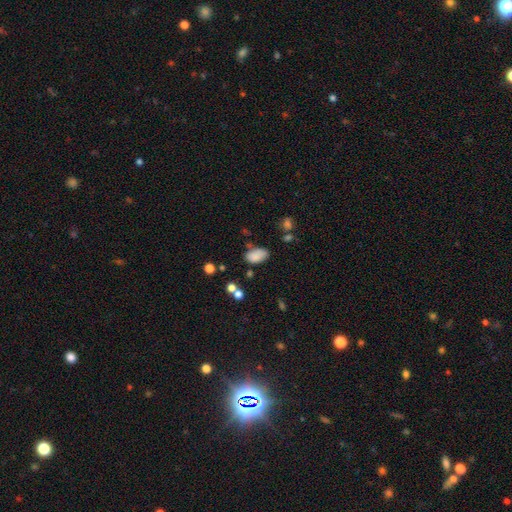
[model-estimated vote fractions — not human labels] Q: Smooth or featured?
A: smooth (83%); runner-up: star or artifact (9%)
Q: How rounded?
A: in between (93%); runner-up: round (6%)
Q: Merging?
A: none (61%); runner-up: minor disturbance (24%)